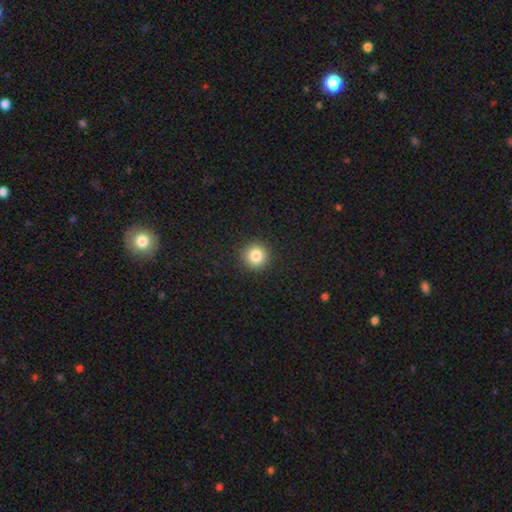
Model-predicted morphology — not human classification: This is clearly a smooth galaxy (83%). How rounded: clearly round (95%). Merging: clearly none (92%).